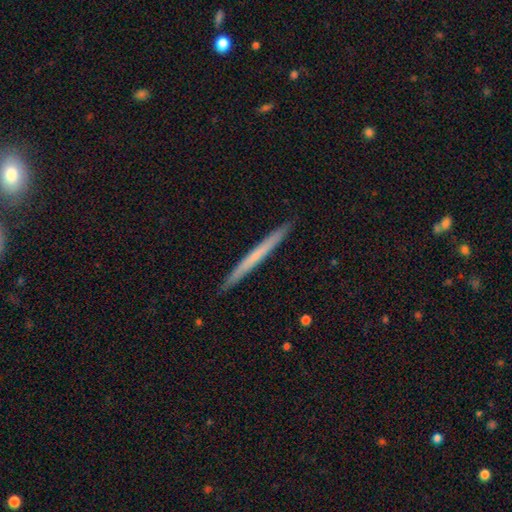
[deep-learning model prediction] Overall: smooth (48%; featured or disk 46%). Merging: none (92%).